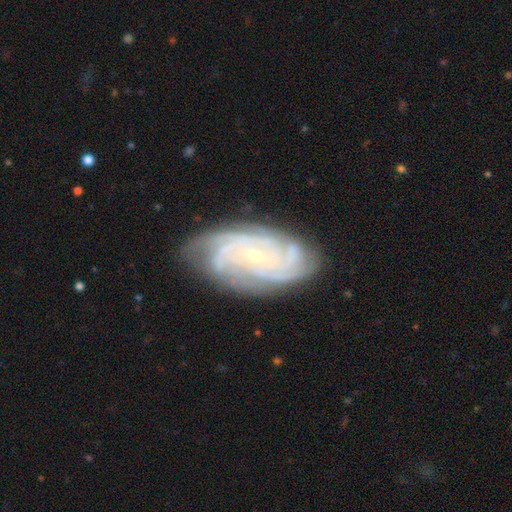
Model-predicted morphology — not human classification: The model was most divided on "spiral arm count": 4: 32%, can't tell: 20%, 3: 16%, more than 4: 14%, 2: 10%, 1: 7%. More confident: spiral arms — yes (98%); edge-on disk — no (96%); smooth or featured — featured or disk (88%); bulge size — small (82%); merging — none (80%); spiral winding — tight (75%); bar — no (68%).